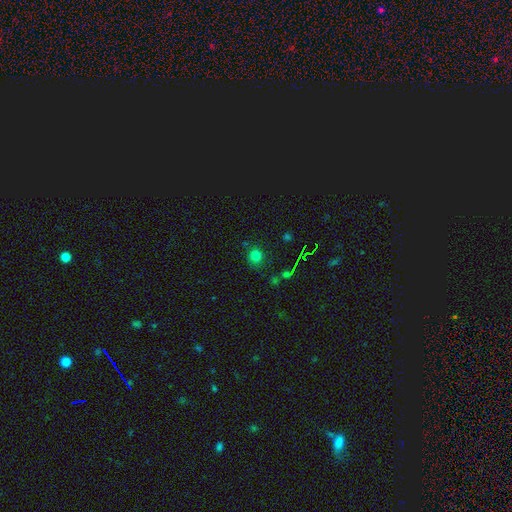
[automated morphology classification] A smooth galaxy with no disk features (71%) that is round (81%).

Vote fractions:
- Smooth or featured? smooth: 71% / star or artifact: 23% / featured or disk: 6%
- How rounded? round: 81% / in between: 17% / cigar-shaped: 1%
- Merging? none: 78% / minor disturbance: 13% / major disturbance: 5% / merger: 4%